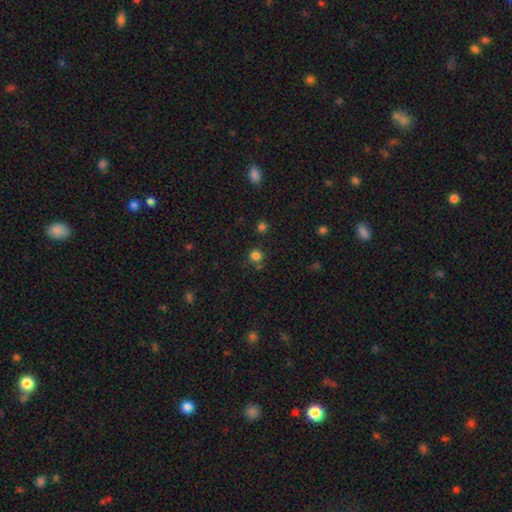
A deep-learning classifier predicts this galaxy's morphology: Overall: smooth (78%). How rounded: round (92%). Merging: none (78%).